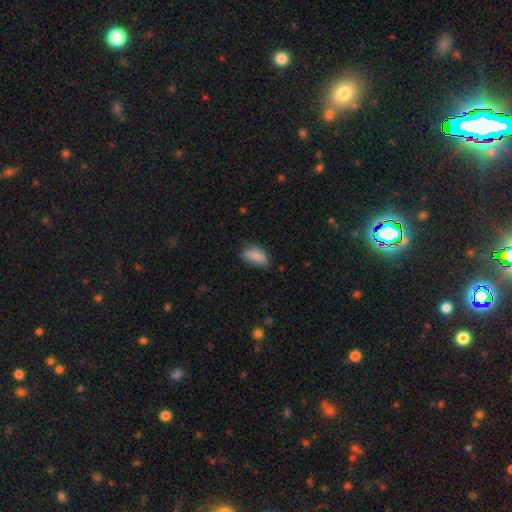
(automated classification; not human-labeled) Smooth or featured: smooth — 85% (featured or disk — 8%)
How rounded: in between — 86% (cigar-shaped — 11%)
Merging: none — 70% (minor disturbance — 24%)